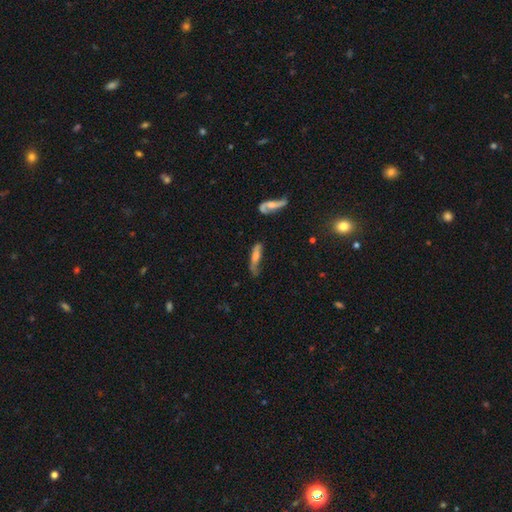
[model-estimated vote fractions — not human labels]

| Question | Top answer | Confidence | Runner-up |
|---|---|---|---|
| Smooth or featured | smooth | 49% | featured or disk (42%) |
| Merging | none | 41% | minor disturbance (31%) |